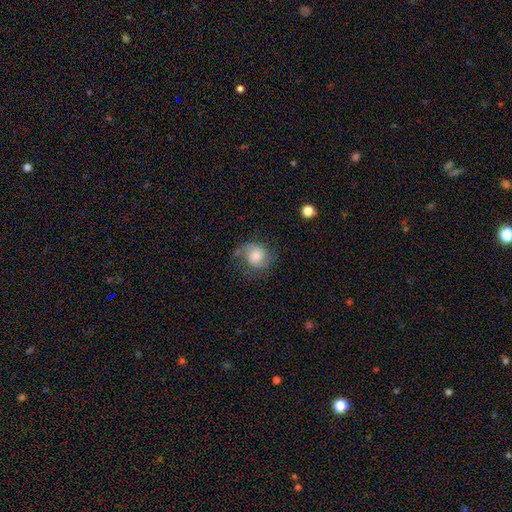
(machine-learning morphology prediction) Overall: featured or disk (51%; smooth 39%). Edge-on disk: no (97%). Bar: no (69%). Spiral arms: yes (90%). Bulge size: moderate (36%; large 30%). Merging: none (62%; minor disturbance 22%).